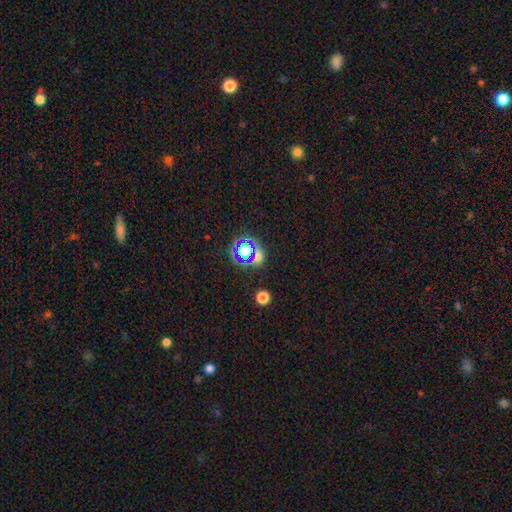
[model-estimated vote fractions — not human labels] Smooth or featured?
  - star or artifact: 67% *
  - smooth: 24%
  - featured or disk: 9%